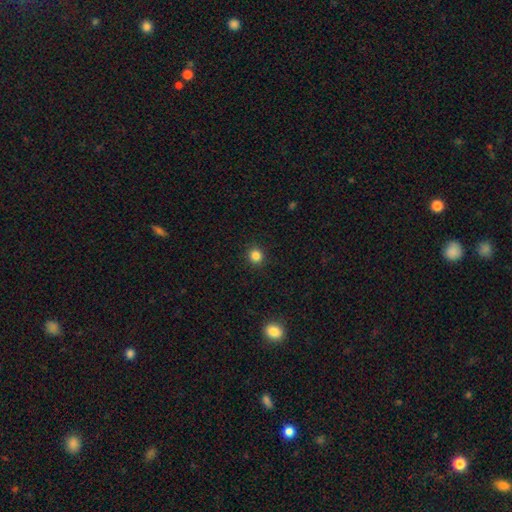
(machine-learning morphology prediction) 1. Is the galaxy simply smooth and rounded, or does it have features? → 84% smooth, 12% star or artifact, 4% featured or disk.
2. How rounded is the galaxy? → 90% round, 9% in between, 1% cigar-shaped.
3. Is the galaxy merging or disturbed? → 92% none, 5% minor disturbance, 2% major disturbance, 1% merger.